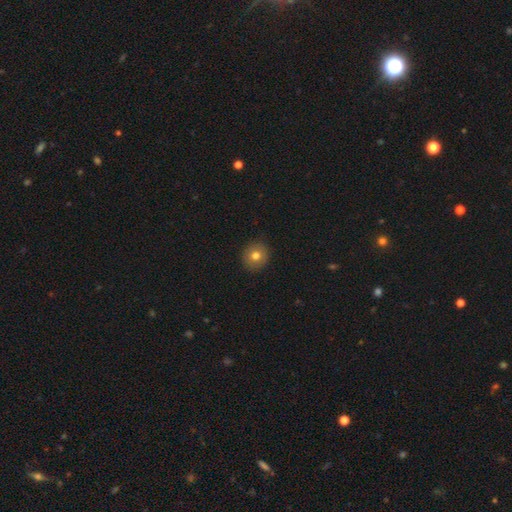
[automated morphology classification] Q: Smooth or featured?
A: smooth (74%); runner-up: featured or disk (16%)
Q: How rounded?
A: round (90%); runner-up: in between (9%)
Q: Merging?
A: none (91%); runner-up: minor disturbance (6%)